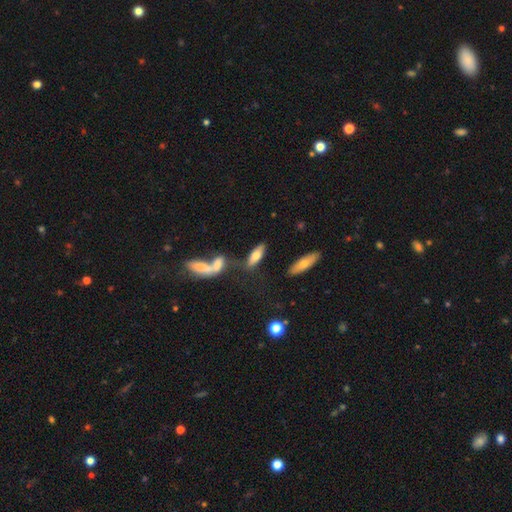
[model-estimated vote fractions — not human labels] A smooth galaxy with no disk features (66%) that is in between round and cigar-shaped (66%).

Vote fractions:
- Smooth or featured? smooth: 66% / featured or disk: 26% / star or artifact: 8%
- How rounded? in between: 66% / cigar-shaped: 32% / round: 3%
- Merging? none: 52% / merger: 25% / minor disturbance: 15% / major disturbance: 8%